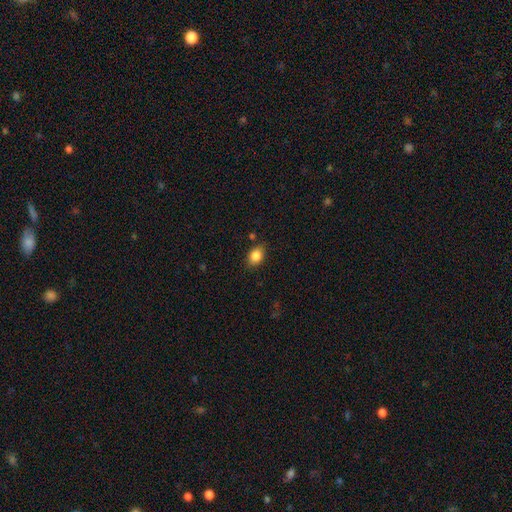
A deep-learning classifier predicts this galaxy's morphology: Smooth or featured?
  - smooth: 86% *
  - star or artifact: 9%
  - featured or disk: 6%
How rounded?
  - in between: 70% *
  - round: 28%
  - cigar-shaped: 1%
Merging?
  - none: 81% *
  - minor disturbance: 13%
  - major disturbance: 3%
  - merger: 2%